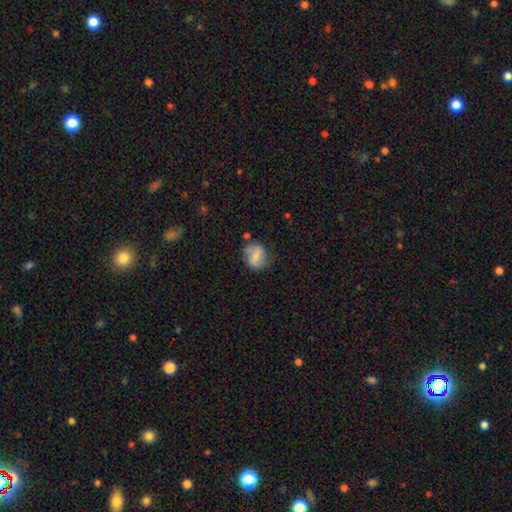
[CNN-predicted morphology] The model was most divided on "smooth or featured": smooth: 57%, featured or disk: 35%, star or artifact: 8%. More confident: how rounded — round (67%); merging — none (66%).